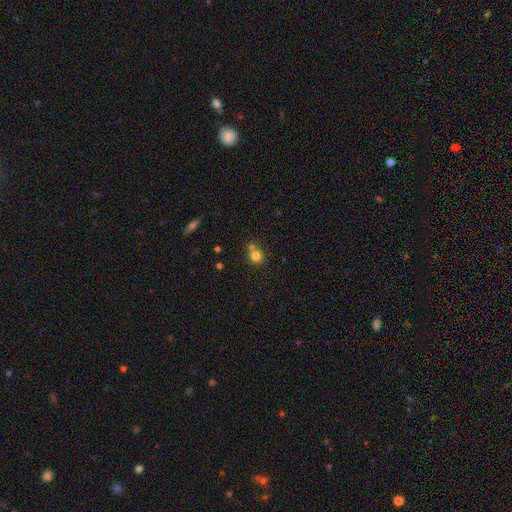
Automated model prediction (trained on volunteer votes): A smooth galaxy with no disk features (77%) that is round (86%). Merging: none (55%).